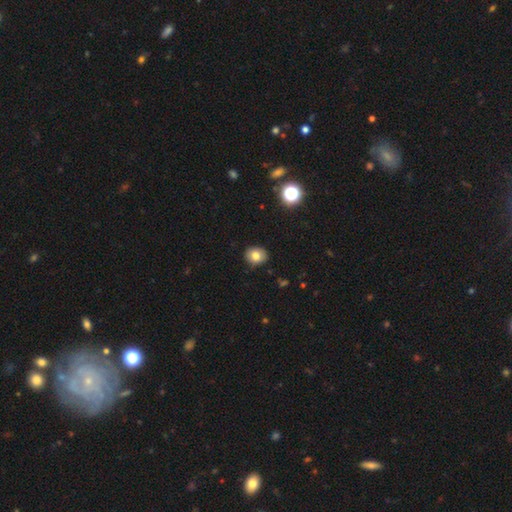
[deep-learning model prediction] Smooth or featured? smooth (79%)
How rounded? round (69%)
Merging? none (89%)